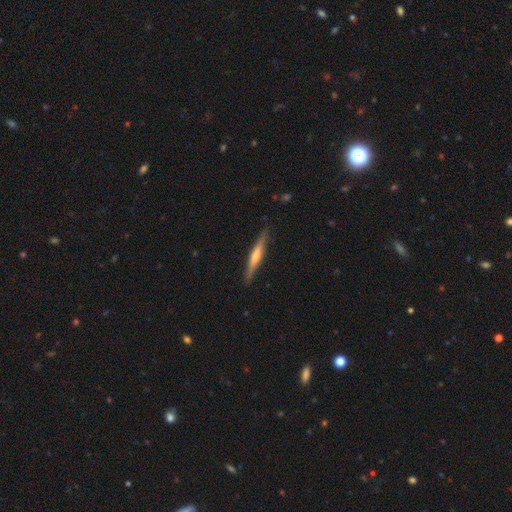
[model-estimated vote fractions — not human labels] This is likely a featured or disk galaxy (64%). It is clearly viewed edge-on (97%). Edge-on bulge: likely rounded (71%). Merging: clearly none (89%).